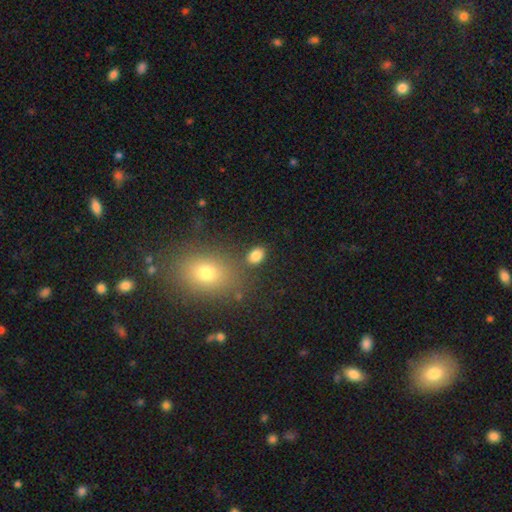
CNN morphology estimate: This is clearly a smooth galaxy (83%). How rounded: likely in between (75%). Merging: likely none (79%).